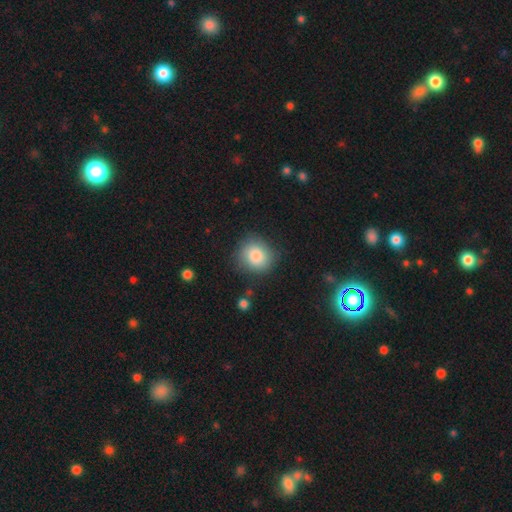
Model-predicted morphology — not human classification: A smooth galaxy with no disk features (85%) that is round (81%).

Vote fractions:
- Smooth or featured? smooth: 85% / star or artifact: 8% / featured or disk: 7%
- How rounded? round: 81% / in between: 18% / cigar-shaped: 1%
- Merging? none: 79% / minor disturbance: 15% / major disturbance: 4% / merger: 2%